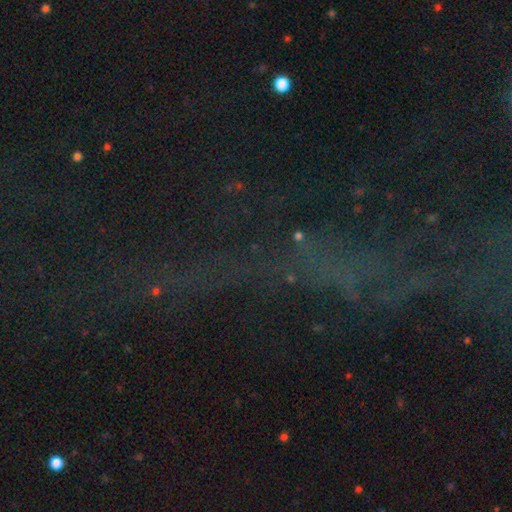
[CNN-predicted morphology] A star or artifact, not a galaxy (68%).

Vote fractions:
- Smooth or featured? star or artifact: 68% / featured or disk: 17% / smooth: 15%